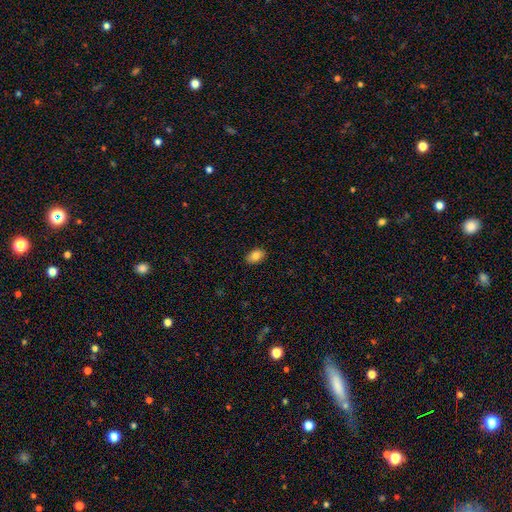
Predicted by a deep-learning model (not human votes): smooth_or_featured: smooth (p=0.85) [alt: star or artifact p=0.08]
how_rounded: in between (p=0.86) [alt: round p=0.13]
merging: none (p=0.88) [alt: minor disturbance p=0.09]